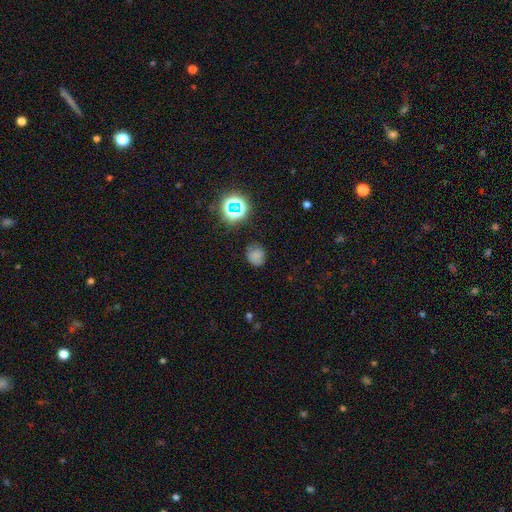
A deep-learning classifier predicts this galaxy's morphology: A smooth galaxy with no disk features (70%) that is round (73%).

Vote fractions:
- Smooth or featured? smooth: 70% / star or artifact: 21% / featured or disk: 10%
- How rounded? round: 73% / in between: 26% / cigar-shaped: 1%
- Merging? none: 74% / minor disturbance: 19% / major disturbance: 5% / merger: 2%